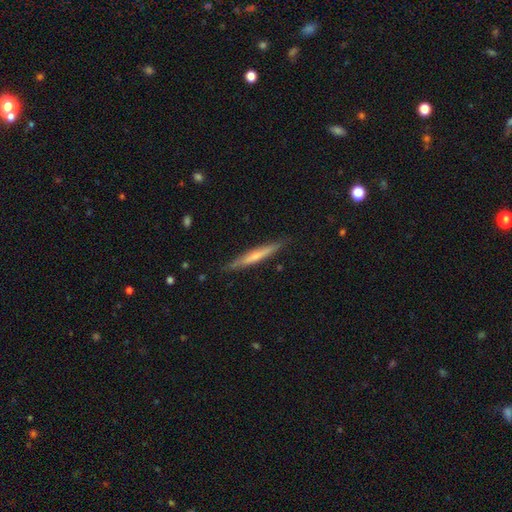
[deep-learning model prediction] Overall: featured or disk (50%; smooth 44%). Merging: none (88%).